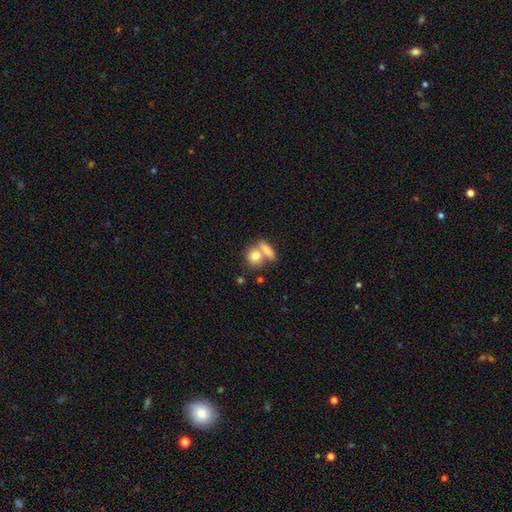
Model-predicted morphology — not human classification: A smooth galaxy with no disk features (78%) that is round (57%). Merging: merger (47%).